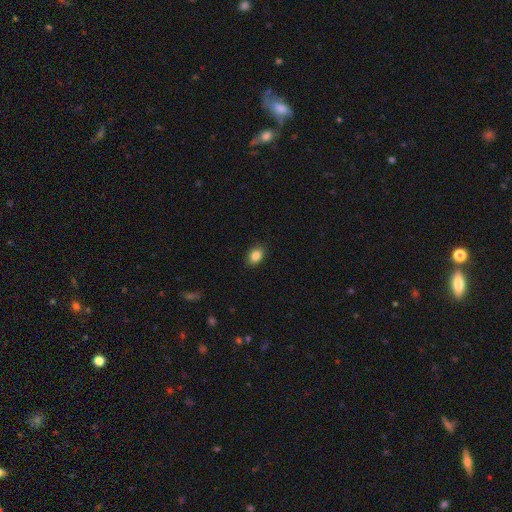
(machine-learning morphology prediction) A smooth galaxy with no disk features (86%) that is in between round and cigar-shaped (77%).

Vote fractions:
- Smooth or featured? smooth: 86% / star or artifact: 9% / featured or disk: 5%
- How rounded? in between: 77% / round: 22% / cigar-shaped: 1%
- Merging? none: 89% / minor disturbance: 8% / major disturbance: 2% / merger: 1%